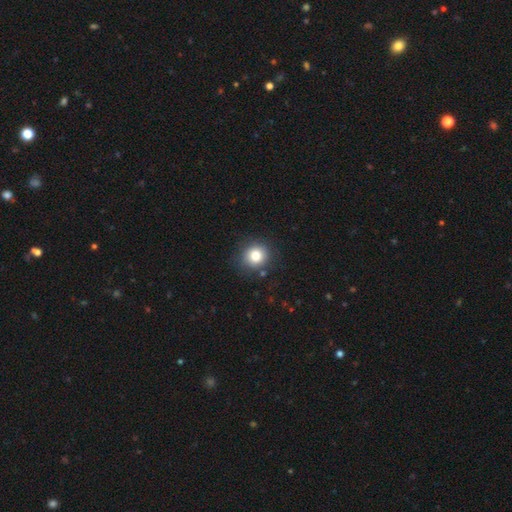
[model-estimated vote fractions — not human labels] Morphology: type=smooth (80%); roundness=round (90%); merging=none (87%).